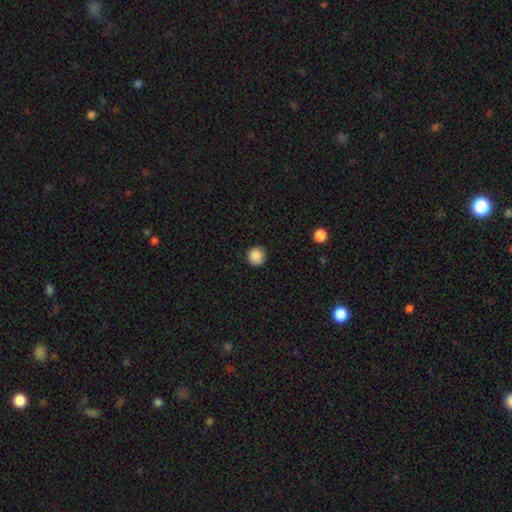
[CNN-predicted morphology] A smooth galaxy with no disk features (88%) that is round (92%). Merging: none (89%).